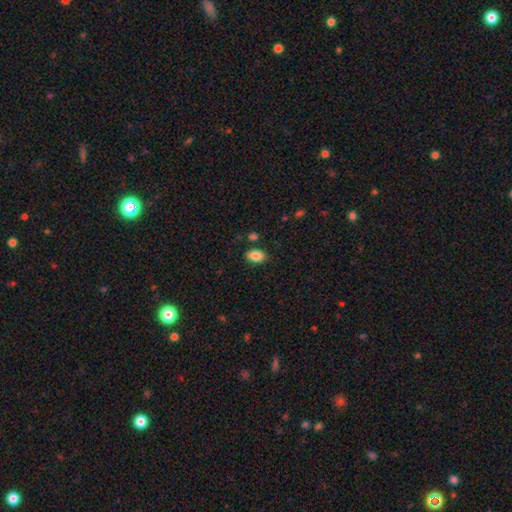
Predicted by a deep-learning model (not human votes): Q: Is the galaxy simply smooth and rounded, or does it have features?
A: smooth — 85%.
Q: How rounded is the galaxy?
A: in between — 85%.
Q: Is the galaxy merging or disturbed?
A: none — 84%.